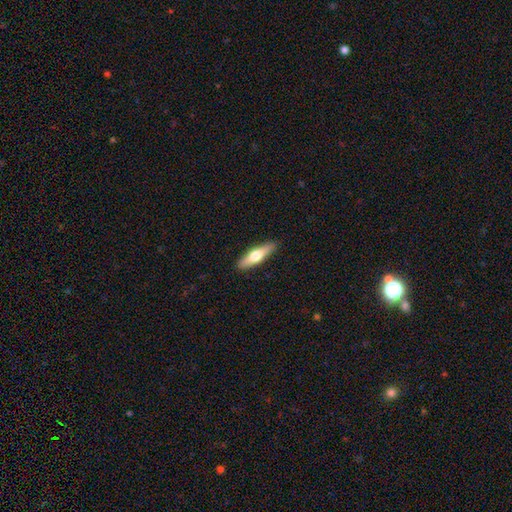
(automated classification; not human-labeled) Smooth or featured?
  - smooth: 53% *
  - featured or disk: 42%
  - star or artifact: 5%
How rounded?
  - cigar-shaped: 71% *
  - in between: 27%
  - round: 2%
Merging?
  - none: 90% *
  - minor disturbance: 7%
  - major disturbance: 2%
  - merger: 1%